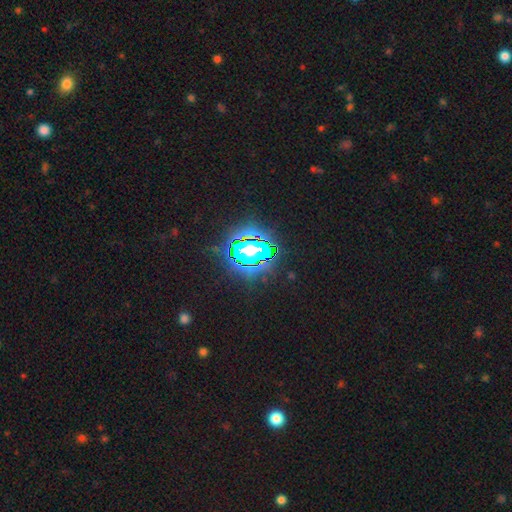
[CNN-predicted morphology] Smooth or featured?
  - star or artifact: 84% *
  - smooth: 10%
  - featured or disk: 6%